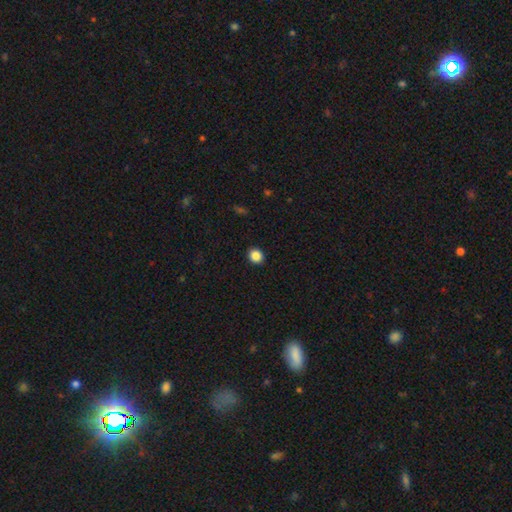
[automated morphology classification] Smooth or featured: smooth — 87% (star or artifact — 10%)
How rounded: round — 80% (in between — 19%)
Merging: none — 92% (minor disturbance — 5%)